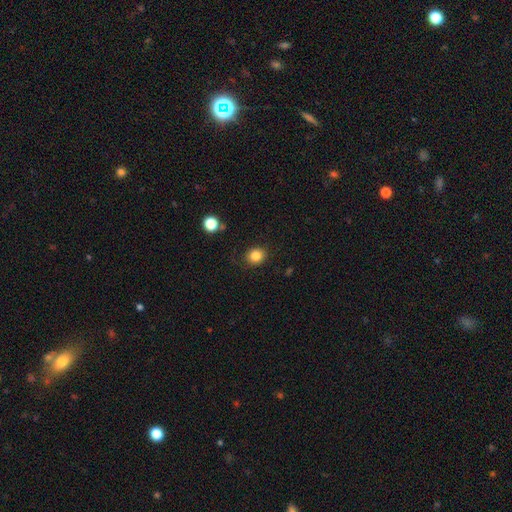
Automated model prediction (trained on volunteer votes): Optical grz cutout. It shows a smooth galaxy with no disk features (83%) that is round (74%). Merging: none (86%).